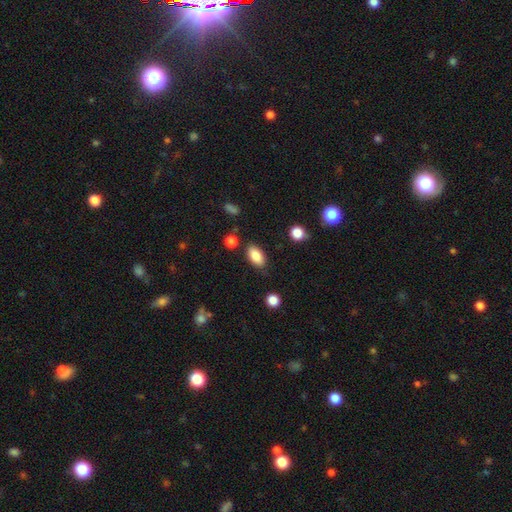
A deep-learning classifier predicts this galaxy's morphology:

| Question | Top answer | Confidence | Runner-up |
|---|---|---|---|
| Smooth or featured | smooth | 86% | star or artifact (8%) |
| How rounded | in between | 92% | round (4%) |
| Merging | none | 83% | minor disturbance (11%) |